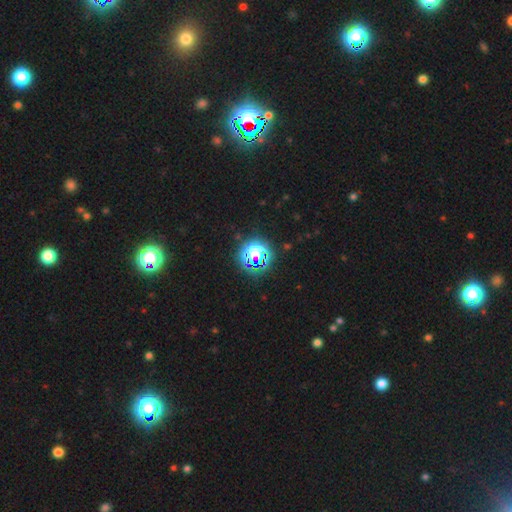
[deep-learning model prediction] Morphology: type=star or artifact (69%).